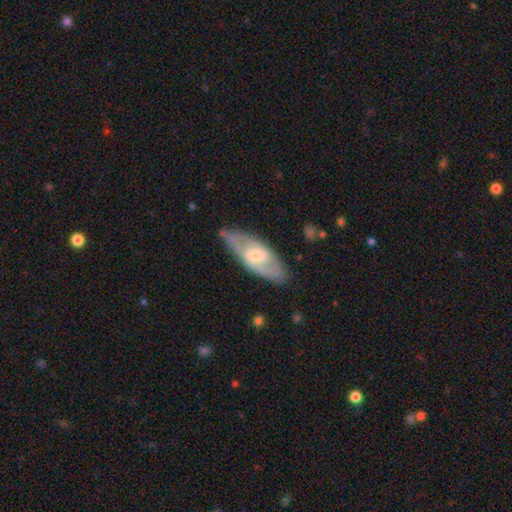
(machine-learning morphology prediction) Smooth or featured: featured or disk — 71% (smooth — 24%)
Edge-on disk: no — 85% (yes — 15%)
Bar: weak — 50% (no — 30%)
Spiral arms: yes — 79% (no — 21%)
Bulge size: small — 45% (tied with moderate — 45%)
Merging: none — 77% (minor disturbance — 17%)